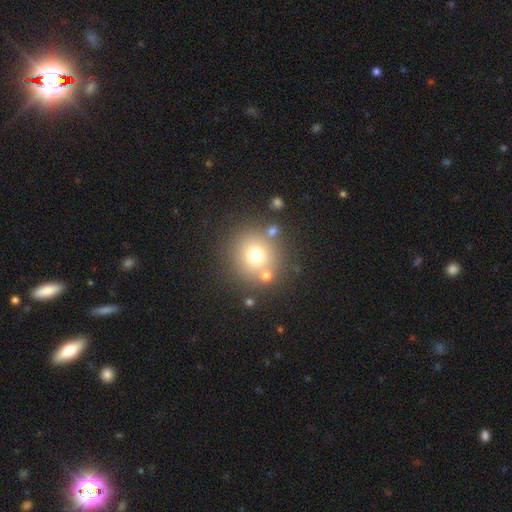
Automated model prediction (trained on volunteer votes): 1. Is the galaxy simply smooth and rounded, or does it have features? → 70% smooth, 16% star or artifact, 14% featured or disk.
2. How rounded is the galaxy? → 89% round, 10% in between, 1% cigar-shaped.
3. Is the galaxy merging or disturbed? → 76% none, 10% merger, 9% minor disturbance, 5% major disturbance.